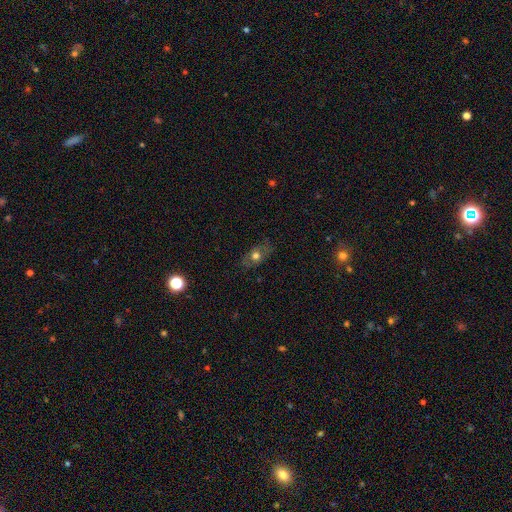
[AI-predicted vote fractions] smooth_or_featured: smooth (p=0.58) [alt: featured or disk p=0.30]
how_rounded: in between (p=0.72) [alt: round p=0.23]
merging: none (p=0.78) [alt: minor disturbance p=0.16]